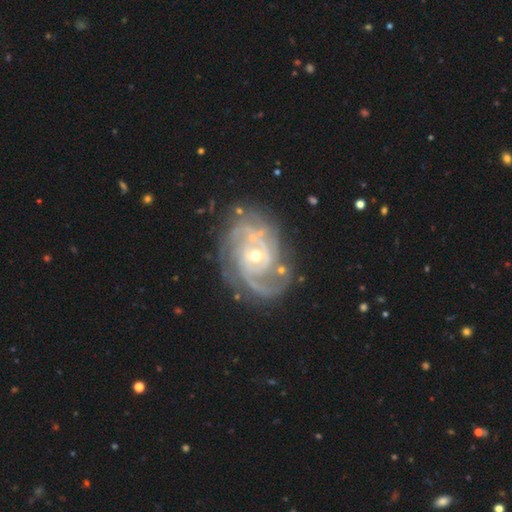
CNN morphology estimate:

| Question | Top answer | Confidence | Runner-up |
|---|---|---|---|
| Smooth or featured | featured or disk | 90% | star or artifact (5%) |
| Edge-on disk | no | 97% | yes (3%) |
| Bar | no | 66% | weak (27%) |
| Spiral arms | yes | 97% | no (3%) |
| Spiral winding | tight | 54% | medium (38%) |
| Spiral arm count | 2 | 47% | 3 (19%) |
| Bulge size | small | 48% | tied: moderate (48%) |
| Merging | none | 67% | minor disturbance (19%) |